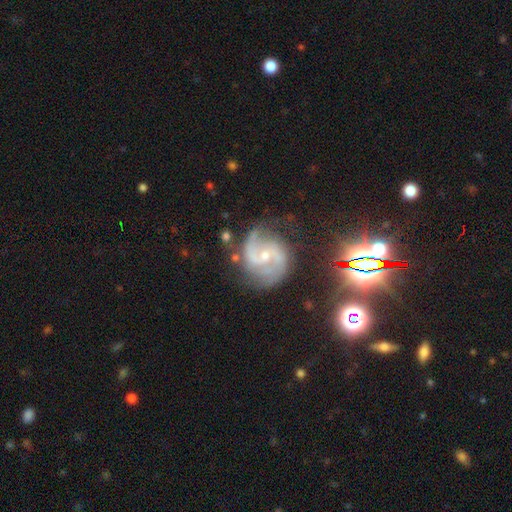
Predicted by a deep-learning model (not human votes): Smooth or featured? Predicted: featured or disk (p=0.88). Edge-on disk? Predicted: no (p=0.98). Bar? Predicted: no (p=0.47). Spiral arms? Predicted: yes (p=0.97). Spiral winding? Predicted: medium (p=0.57). Spiral arm count? Predicted: 2 (p=0.82). Bulge size? Predicted: small (p=0.64). Merging? Predicted: none (p=0.69).